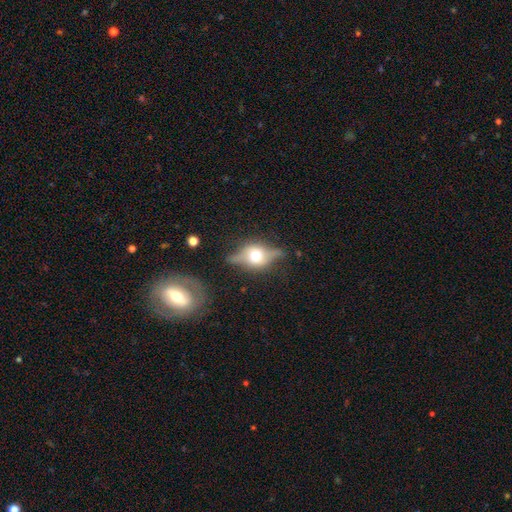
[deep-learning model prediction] This is likely a featured or disk galaxy (71%). It is clearly viewed edge-on (83%). Edge-on bulge: clearly rounded (94%). Merging: likely none (65%).